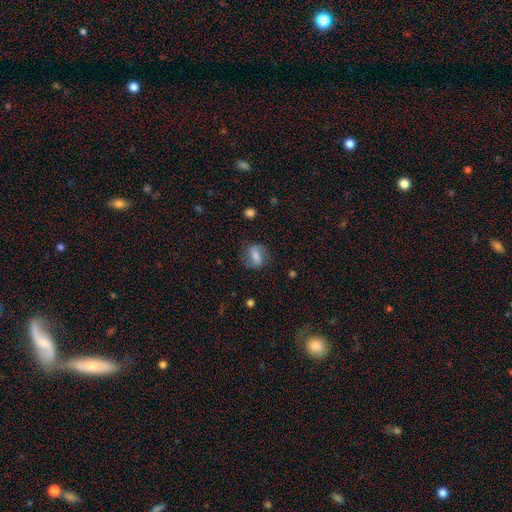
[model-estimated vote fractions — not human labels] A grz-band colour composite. It shows a smooth galaxy with no disk features (60%) that is in between round and cigar-shaped (63%). Merging: none (75%).